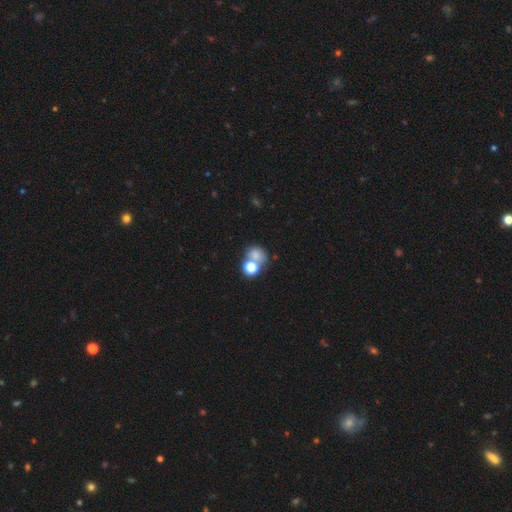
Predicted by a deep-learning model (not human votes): Morphology: type=smooth (70%); roundness=round (66%); merging=merger (42%).